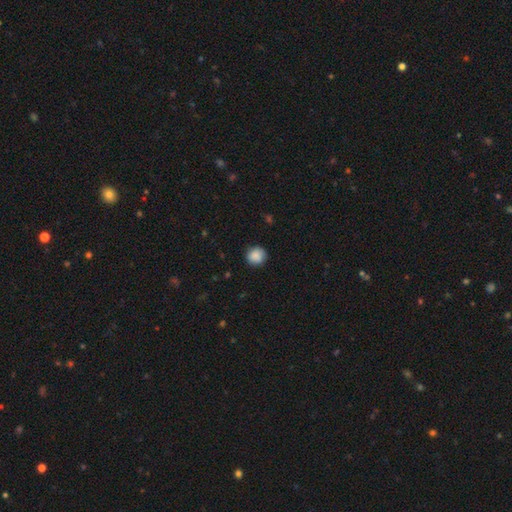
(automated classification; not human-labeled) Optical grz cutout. It shows a smooth galaxy with no disk features (88%) that is round (89%). Merging: none (86%).